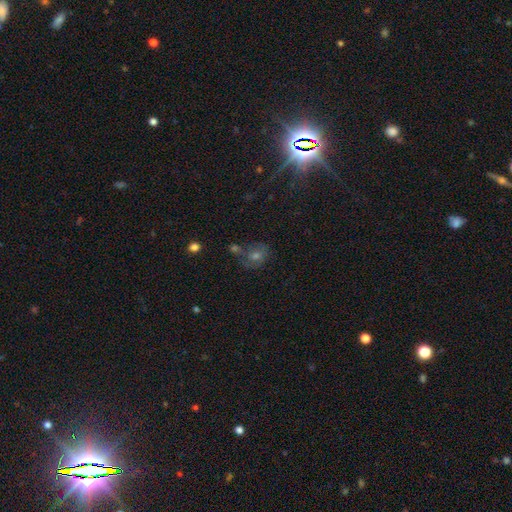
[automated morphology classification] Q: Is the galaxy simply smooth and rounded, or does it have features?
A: star or artifact — 38%.